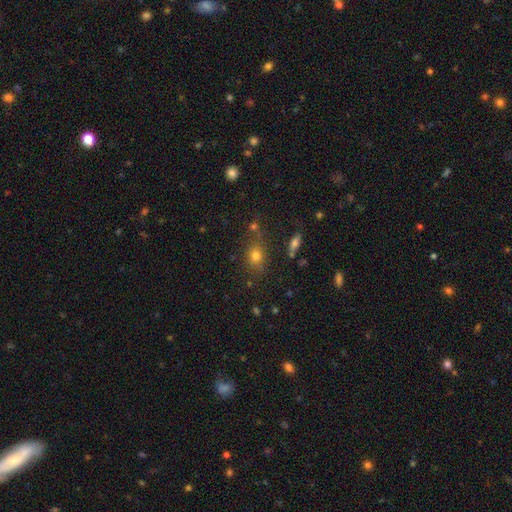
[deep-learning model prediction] Smooth or featured?
  - smooth: 73% *
  - star or artifact: 17%
  - featured or disk: 10%
How rounded?
  - in between: 51% *
  - round: 46%
  - cigar-shaped: 3%
Merging?
  - none: 71% *
  - minor disturbance: 15%
  - merger: 9%
  - major disturbance: 5%